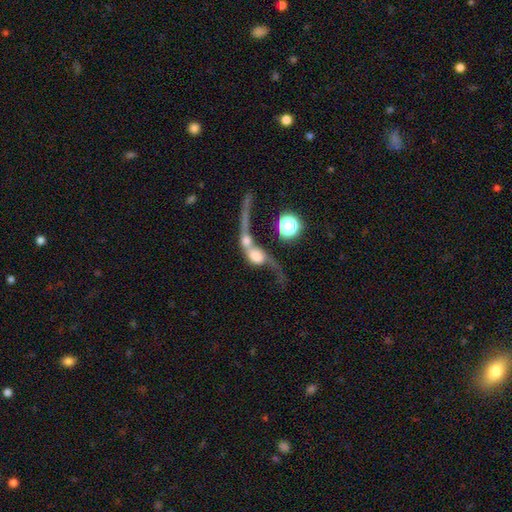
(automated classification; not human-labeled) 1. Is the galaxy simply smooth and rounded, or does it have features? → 55% featured or disk, 33% smooth, 12% star or artifact.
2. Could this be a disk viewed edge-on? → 83% no, 17% yes.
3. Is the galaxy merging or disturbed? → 69% merger, 14% major disturbance, 12% none, 6% minor disturbance.